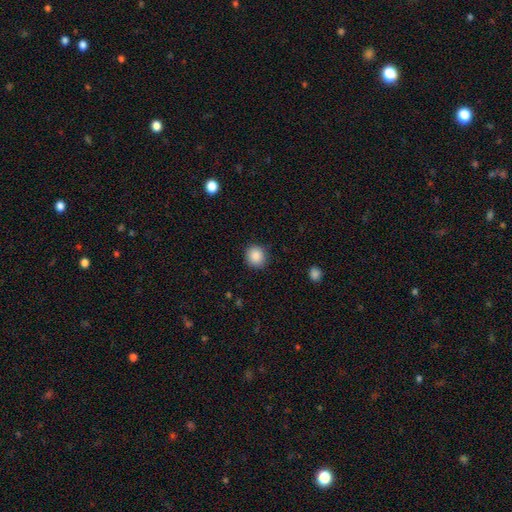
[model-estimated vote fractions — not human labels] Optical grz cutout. It shows a smooth galaxy with no disk features (88%) that is round (83%). Merging: none (88%).